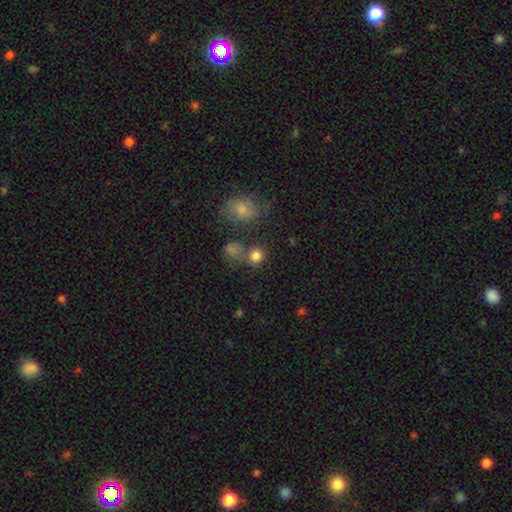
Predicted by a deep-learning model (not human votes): This is clearly a smooth galaxy (82%). How rounded: likely round (80%). Merging: likely none (64%).